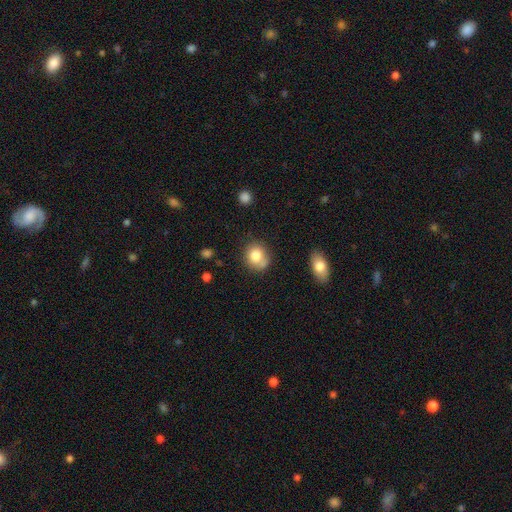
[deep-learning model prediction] Smooth or featured? Predicted: smooth (p=0.80). How rounded? Predicted: round (p=0.74). Merging? Predicted: none (p=0.59).